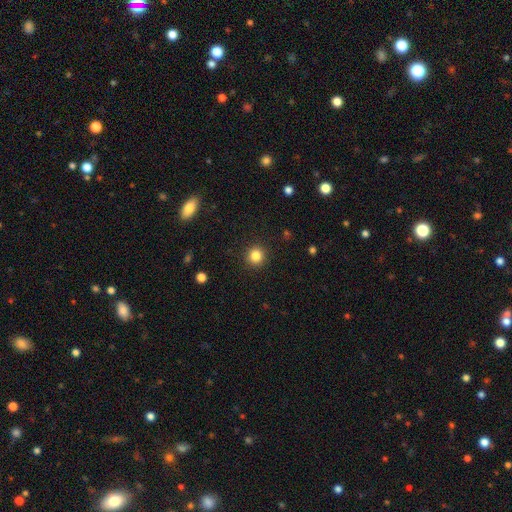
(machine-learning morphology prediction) smooth_or_featured: smooth (p=0.84) [alt: star or artifact p=0.11]
how_rounded: round (p=0.93) [alt: in between p=0.06]
merging: none (p=0.91) [alt: minor disturbance p=0.05]